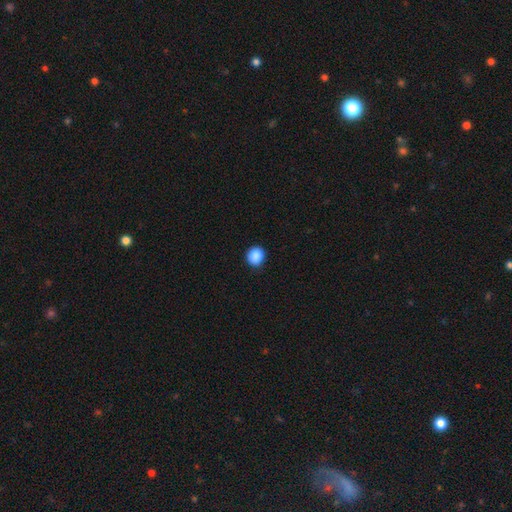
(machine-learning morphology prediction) Smooth or featured? smooth (89%)
How rounded? round (80%)
Merging? none (88%)